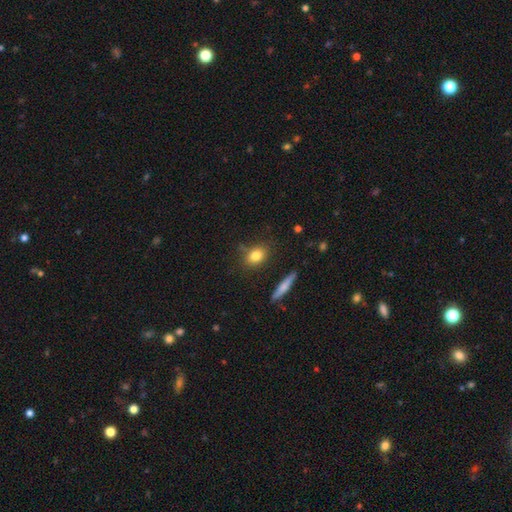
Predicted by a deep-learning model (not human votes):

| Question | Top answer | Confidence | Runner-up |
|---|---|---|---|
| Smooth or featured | smooth | 80% | featured or disk (10%) |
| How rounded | in between | 59% | round (35%) |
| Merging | none | 78% | minor disturbance (14%) |